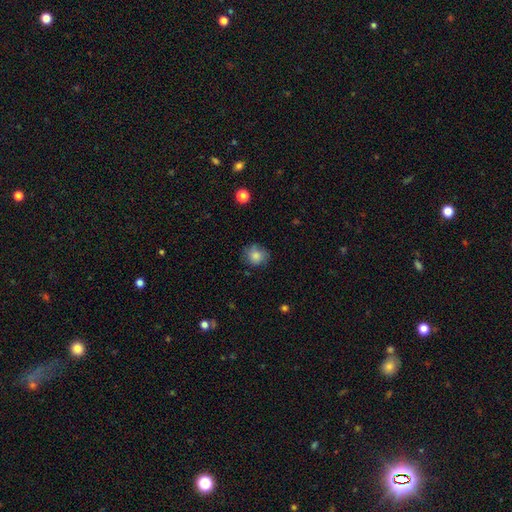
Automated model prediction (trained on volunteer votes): Morphology: type=smooth (82%); roundness=round (83%); merging=none (75%).